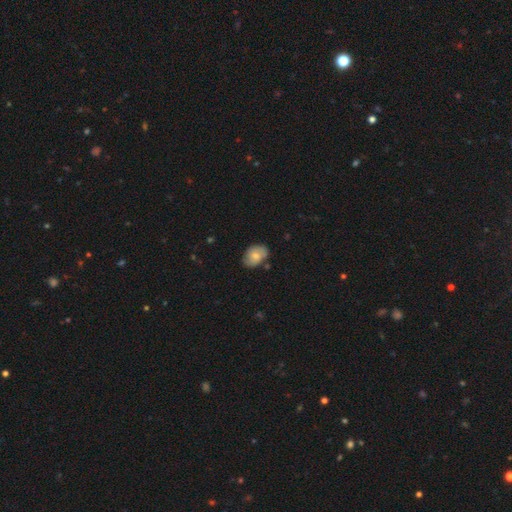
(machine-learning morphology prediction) smooth 68%, featured or disk 25%, star or artifact 7%. Down the decision tree: how rounded — in between (78%); merging — none (68%).